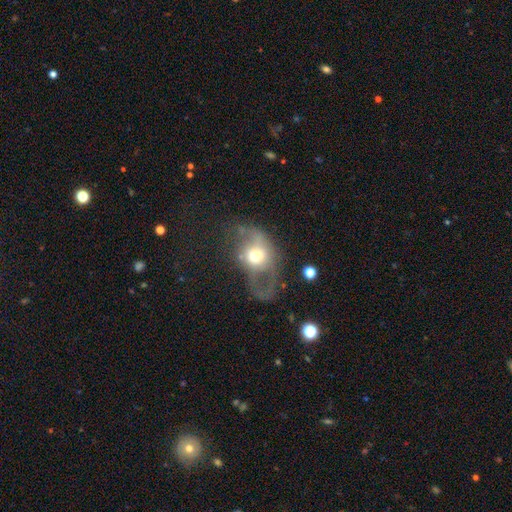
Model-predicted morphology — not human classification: Smooth or featured: featured or disk — 50% (smooth — 40%)
Edge-on disk: no — 90% (yes — 10%)
Merging: major disturbance — 41% (none — 36%)